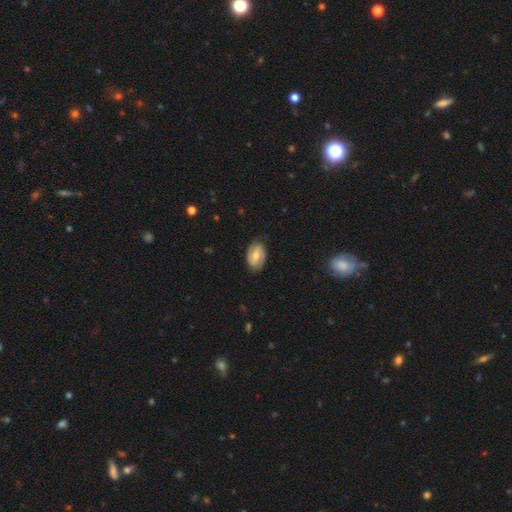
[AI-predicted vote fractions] Smooth or featured?
  - featured or disk: 61% *
  - smooth: 32%
  - star or artifact: 7%
Edge-on disk?
  - no: 95% *
  - yes: 5%
Bar?
  - weak: 48% *
  - no: 27%
  - strong: 25%
Spiral arms?
  - yes: 84% *
  - no: 16%
Bulge size?
  - moderate: 58% *
  - small: 36%
  - large: 3%
  - none: 2%
  - dominant: 1%
Merging?
  - none: 81% *
  - minor disturbance: 14%
  - major disturbance: 3%
  - merger: 1%